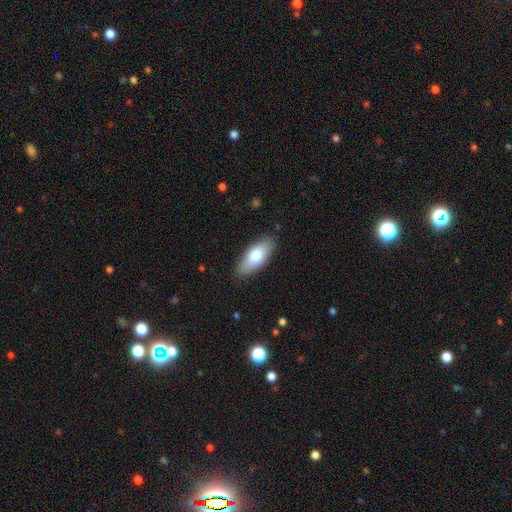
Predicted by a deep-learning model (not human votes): Smooth or featured: smooth — 72% (featured or disk — 22%)
How rounded: in between — 80% (cigar-shaped — 17%)
Merging: none — 86% (minor disturbance — 11%)